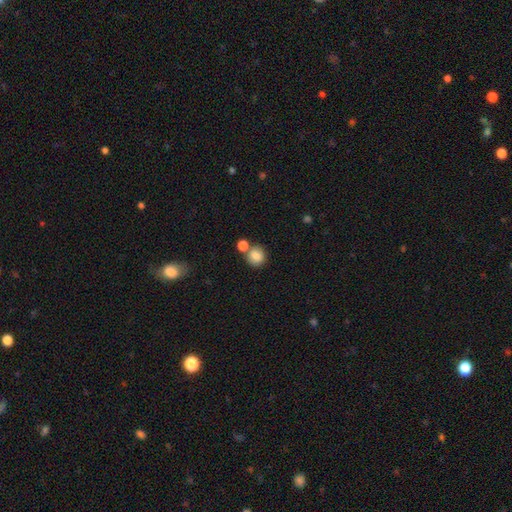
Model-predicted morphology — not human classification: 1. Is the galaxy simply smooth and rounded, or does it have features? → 85% smooth, 9% star or artifact, 6% featured or disk.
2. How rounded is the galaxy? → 86% round, 13% in between, 1% cigar-shaped.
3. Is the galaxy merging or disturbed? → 63% none, 24% merger, 10% minor disturbance, 3% major disturbance.